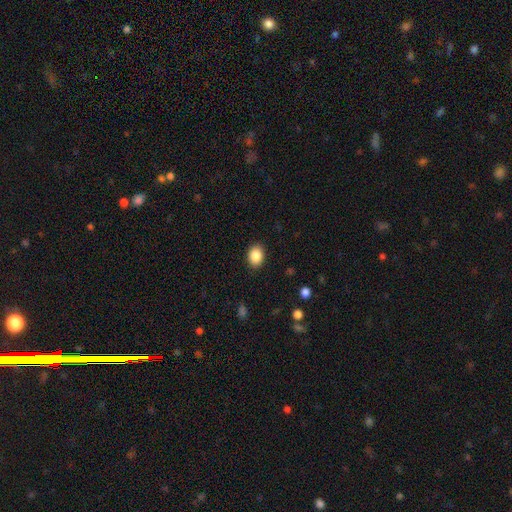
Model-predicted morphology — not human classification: The model was most divided on "how rounded": in between: 68%, round: 31%, cigar-shaped: 1%. More confident: merging — none (89%); smooth or featured — smooth (87%).